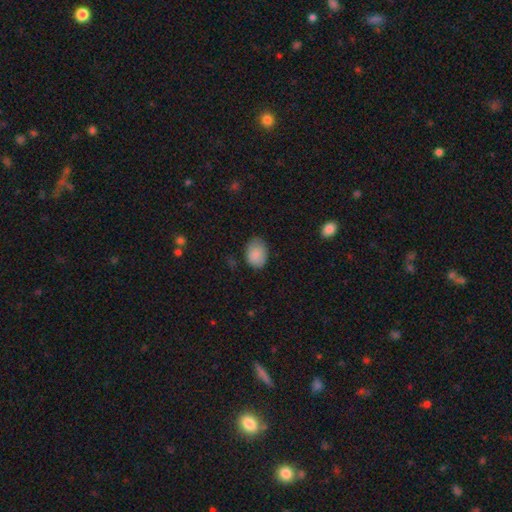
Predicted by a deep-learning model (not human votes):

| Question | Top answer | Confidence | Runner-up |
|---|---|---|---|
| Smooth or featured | smooth | 87% | star or artifact (7%) |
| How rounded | in between | 75% | round (24%) |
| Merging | none | 73% | minor disturbance (22%) |